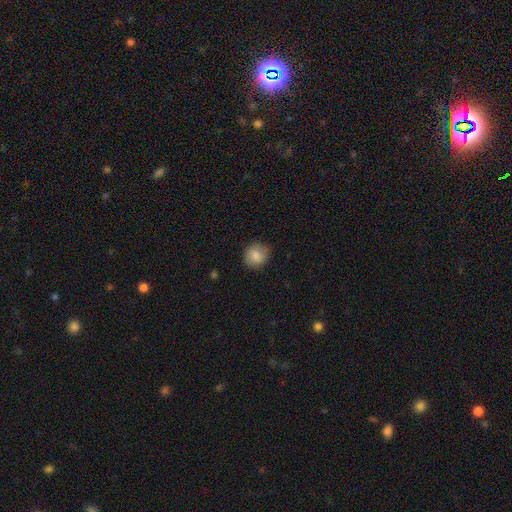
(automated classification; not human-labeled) Q: Smooth or featured?
A: smooth (82%); runner-up: featured or disk (10%)
Q: How rounded?
A: round (83%); runner-up: in between (16%)
Q: Merging?
A: none (82%); runner-up: minor disturbance (14%)